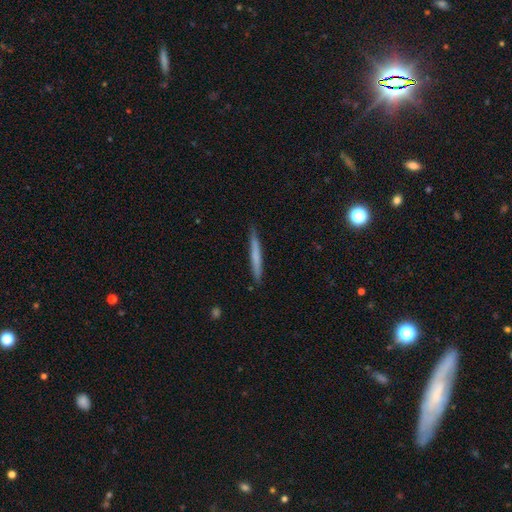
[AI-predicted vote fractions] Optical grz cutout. It shows a smooth galaxy with no disk features (64%) that is cigar-shaped (96%). Merging: none (89%).